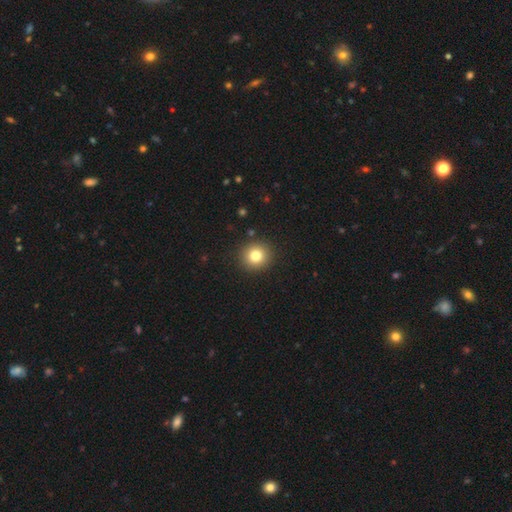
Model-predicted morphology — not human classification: Smooth or featured? smooth (80%)
How rounded? round (91%)
Merging? none (91%)